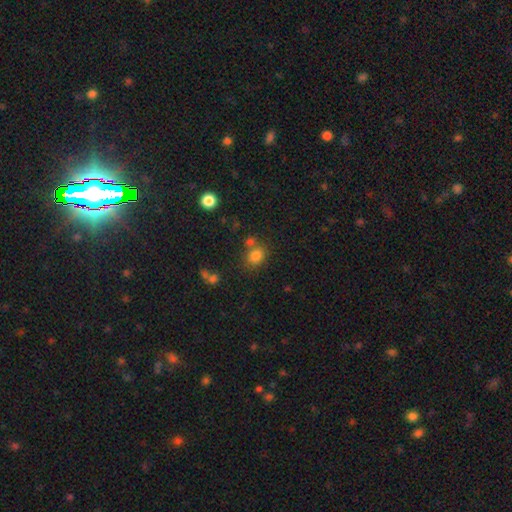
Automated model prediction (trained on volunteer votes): Smooth or featured?
  - smooth: 80% *
  - star or artifact: 13%
  - featured or disk: 7%
How rounded?
  - round: 58% *
  - in between: 41%
  - cigar-shaped: 1%
Merging?
  - none: 65% *
  - merger: 18%
  - minor disturbance: 12%
  - major disturbance: 5%